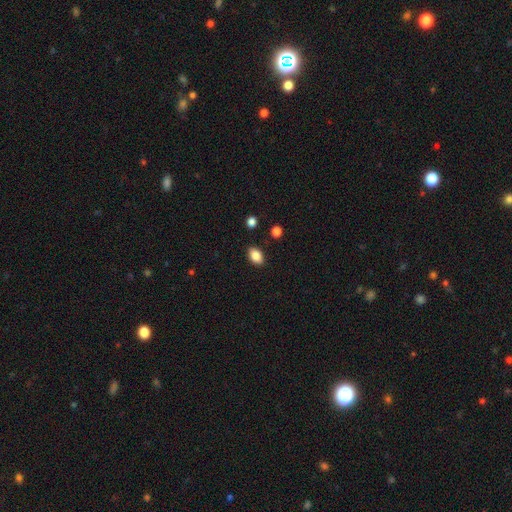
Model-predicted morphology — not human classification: Overall: smooth (86%). How rounded: in between (87%). Merging: none (87%).